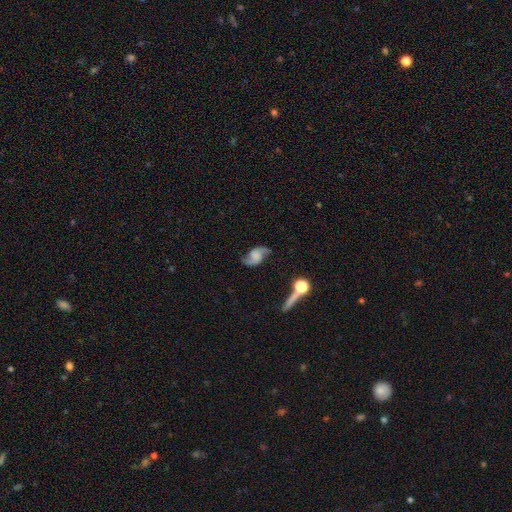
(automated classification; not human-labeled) Morphology: type=featured or disk (79%); edge-on=no (96%); bar=no (58%); spiral arms=yes (96%); winding=loose (58%); arm count=2 (93%); bulge=none (56%); merging=none (73%).